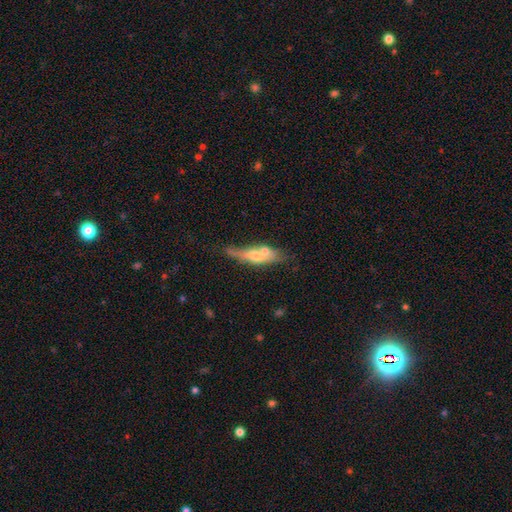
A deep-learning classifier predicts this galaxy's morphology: Overall: featured or disk (52%; smooth 40%). Edge-on disk: yes (76%). Merging: none (50%; minor disturbance 22%).